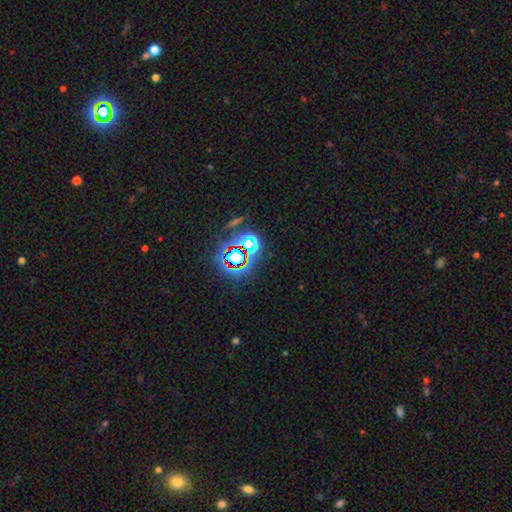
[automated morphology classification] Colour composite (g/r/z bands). It shows a star or artifact, not a galaxy (77%).